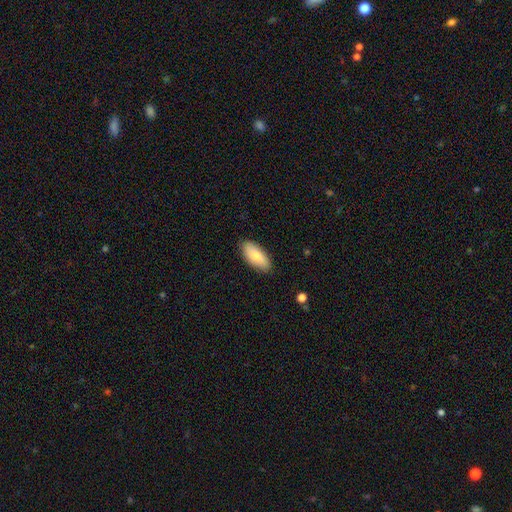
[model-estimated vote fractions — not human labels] The model was most divided on "smooth or featured": smooth: 82%, featured or disk: 12%, star or artifact: 6%. More confident: how rounded — in between (88%); merging — none (87%).